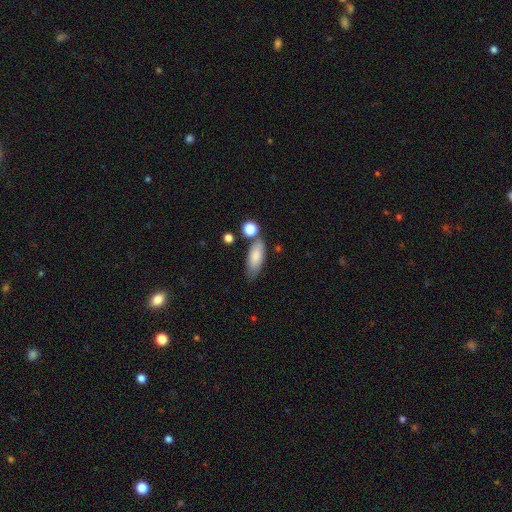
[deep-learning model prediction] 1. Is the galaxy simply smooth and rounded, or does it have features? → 81% smooth, 12% featured or disk, 6% star or artifact.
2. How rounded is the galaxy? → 75% in between, 22% cigar-shaped, 3% round.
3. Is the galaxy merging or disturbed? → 64% none, 20% minor disturbance, 11% merger, 5% major disturbance.